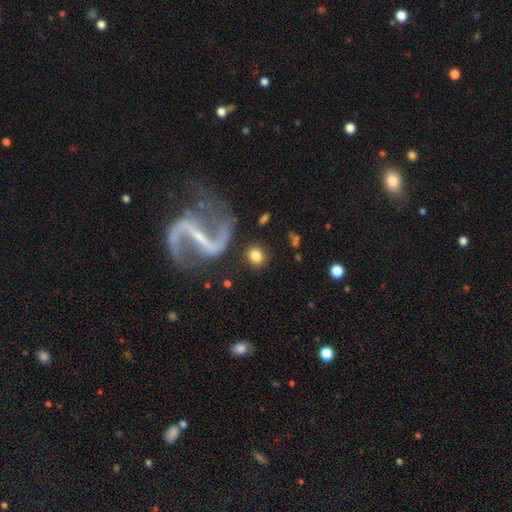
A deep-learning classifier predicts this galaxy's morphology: Smooth or featured? Predicted: smooth (p=0.74). How rounded? Predicted: round (p=0.83). Merging? Predicted: none (p=0.81).